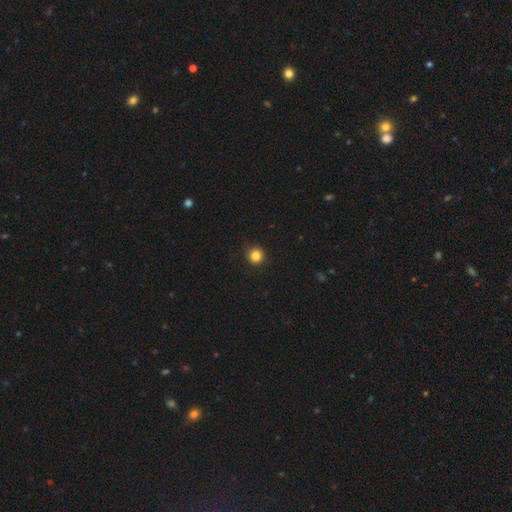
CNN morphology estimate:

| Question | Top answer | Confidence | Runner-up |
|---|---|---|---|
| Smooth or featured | smooth | 84% | star or artifact (12%) |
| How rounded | round | 95% | in between (4%) |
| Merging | none | 92% | minor disturbance (5%) |